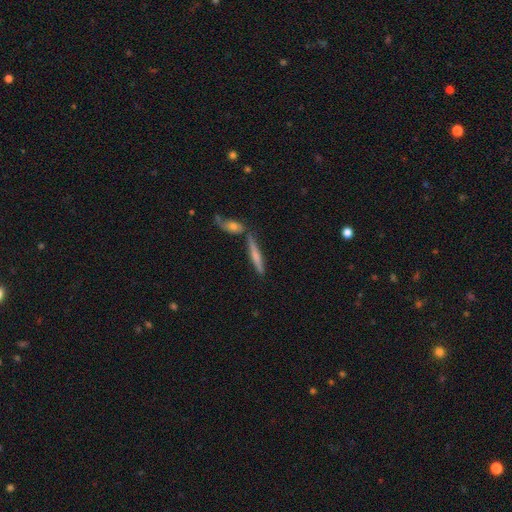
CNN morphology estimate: featured or disk 51%, smooth 42%, star or artifact 7%. Down the decision tree: edge-on disk — yes (95%); merging — none (74%).